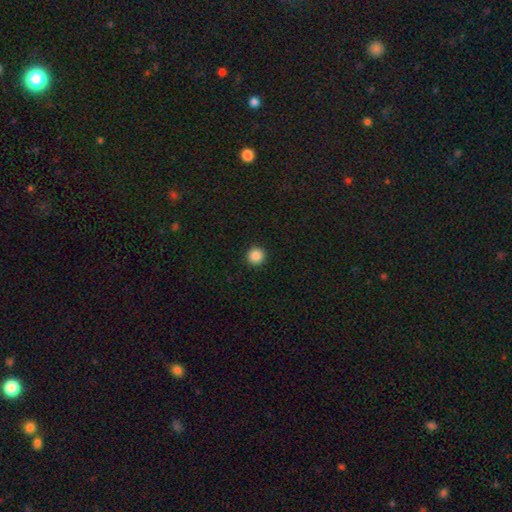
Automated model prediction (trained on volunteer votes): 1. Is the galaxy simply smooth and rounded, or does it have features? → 87% smooth, 10% star or artifact, 3% featured or disk.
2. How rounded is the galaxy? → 96% round, 3% in between, 1% cigar-shaped.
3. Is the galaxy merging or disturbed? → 93% none, 4% minor disturbance, 2% major disturbance, 1% merger.